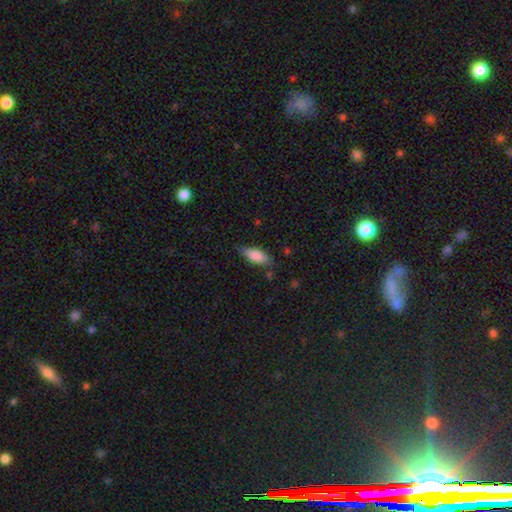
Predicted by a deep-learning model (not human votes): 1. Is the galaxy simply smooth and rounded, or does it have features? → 80% smooth, 13% featured or disk, 7% star or artifact.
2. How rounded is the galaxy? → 80% in between, 18% cigar-shaped, 2% round.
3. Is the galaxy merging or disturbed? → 72% none, 22% minor disturbance, 4% major disturbance, 2% merger.